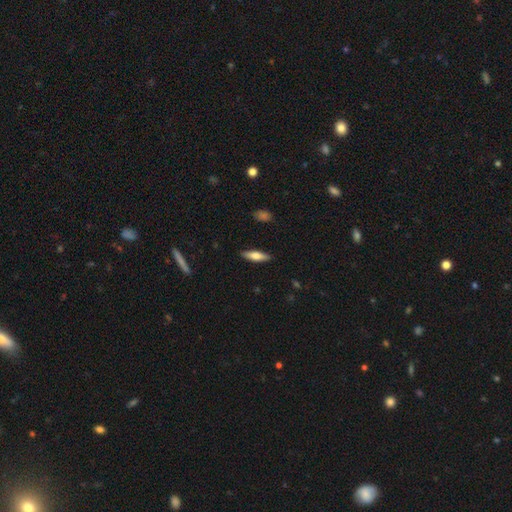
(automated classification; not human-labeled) A smooth galaxy with no disk features (63%) that is cigar-shaped (60%).

Vote fractions:
- Smooth or featured? smooth: 63% / featured or disk: 31% / star or artifact: 6%
- How rounded? cigar-shaped: 60% / in between: 38% / round: 2%
- Merging? none: 89% / minor disturbance: 8% / major disturbance: 2% / merger: 1%